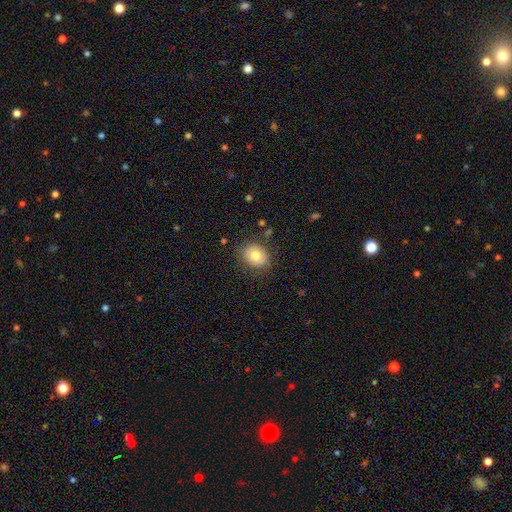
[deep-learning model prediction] A smooth galaxy with no disk features (75%) that is round (55%).

Vote fractions:
- Smooth or featured? smooth: 75% / featured or disk: 16% / star or artifact: 9%
- How rounded? round: 55% / in between: 44% / cigar-shaped: 1%
- Merging? none: 82% / minor disturbance: 13% / major disturbance: 4% / merger: 2%